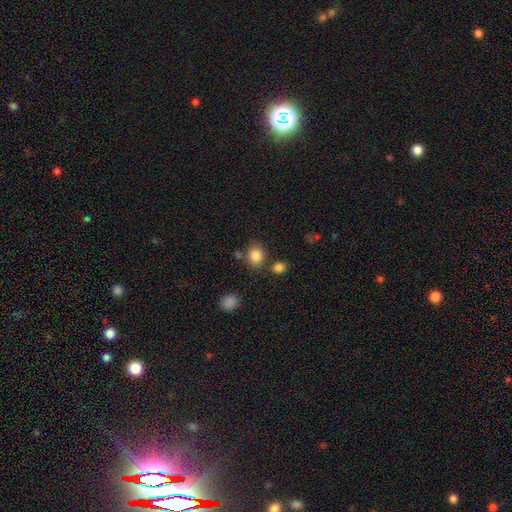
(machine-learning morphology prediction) This appears to be a smooth galaxy with no disk features (85%) that is round (61%). Merging: none (71%).